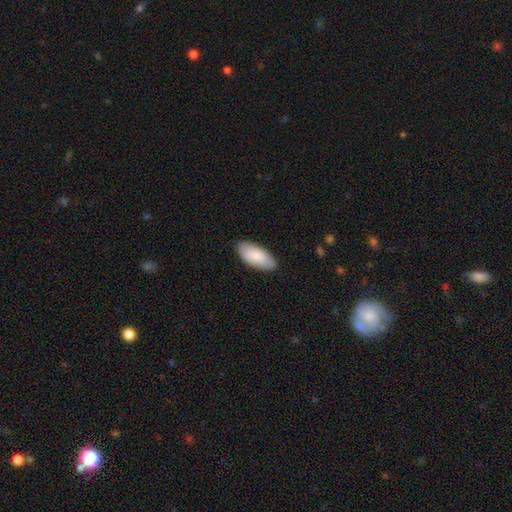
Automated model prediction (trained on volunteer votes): Overall: smooth (83%). How rounded: in between (91%). Merging: none (85%).